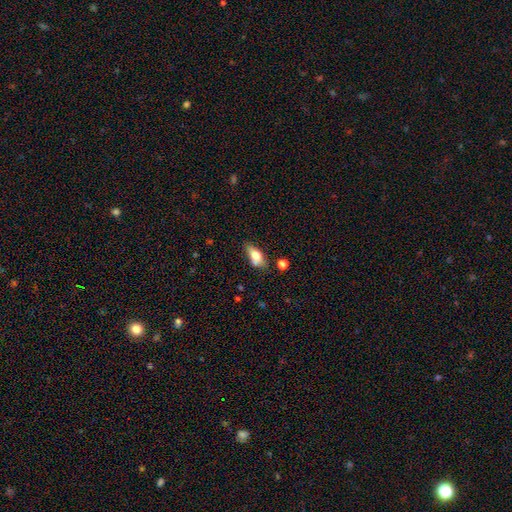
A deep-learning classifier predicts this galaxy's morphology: This appears to be a smooth galaxy with no disk features (68%) that is in between round and cigar-shaped (80%). Merging: none (58%).